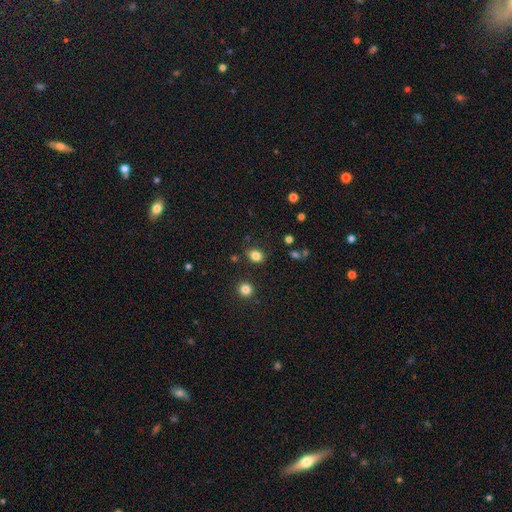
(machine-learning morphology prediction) smooth 83%, star or artifact 12%, featured or disk 5%. Down the decision tree: how rounded — in between (52%); merging — none (83%).